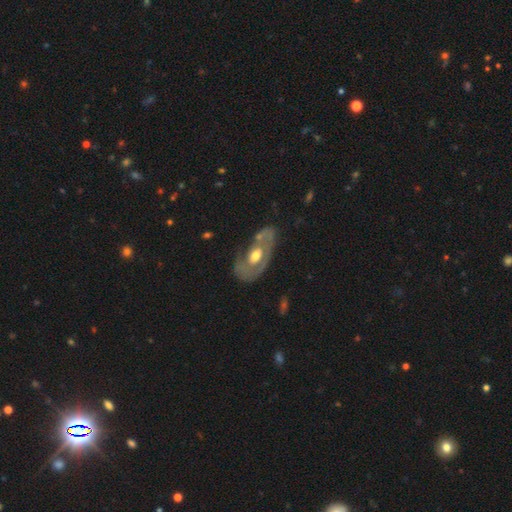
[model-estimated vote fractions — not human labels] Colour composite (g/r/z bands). It shows a featured or disk galaxy (65%) with no bar (79%), no spiral arms (57%) and a moderate central bulge (68%). Merging: none (52%).